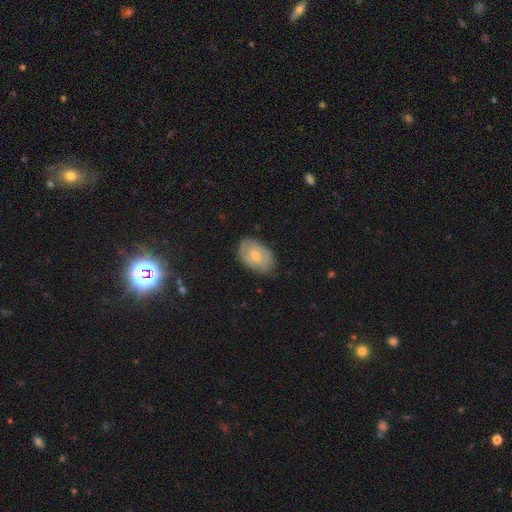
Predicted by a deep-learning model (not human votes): Morphology: type=smooth (50%); roundness=in between (87%); merging=none (76%).